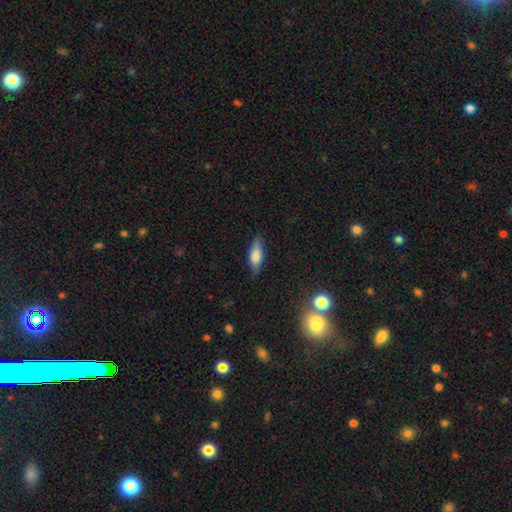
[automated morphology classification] Smooth or featured? smooth (73%)
How rounded? in between (62%)
Merging? none (82%)